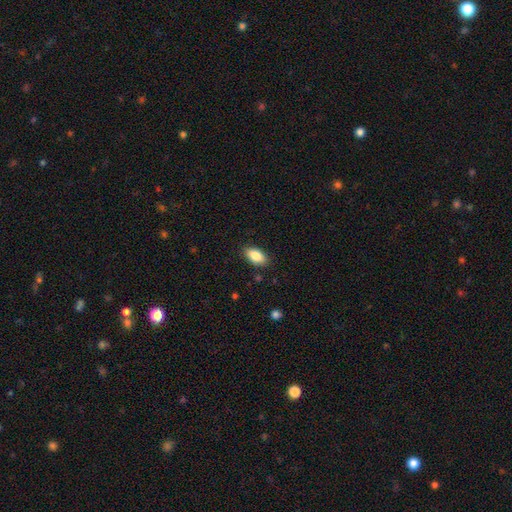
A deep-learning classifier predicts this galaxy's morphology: smooth_or_featured: smooth (p=0.85) [alt: featured or disk p=0.08]
how_rounded: in between (p=0.92) [alt: cigar-shaped p=0.05]
merging: none (p=0.87) [alt: minor disturbance p=0.10]